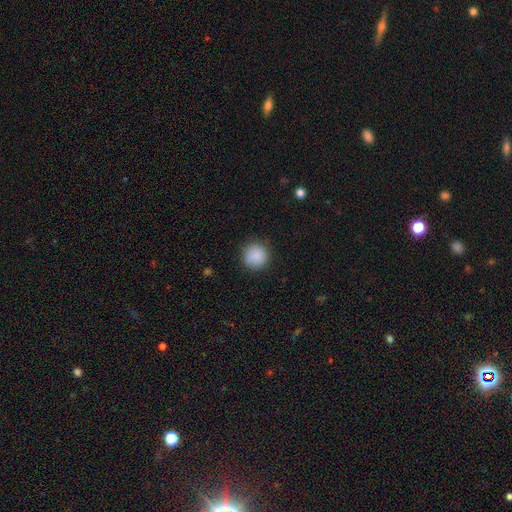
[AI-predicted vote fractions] smooth_or_featured: smooth (p=0.89) [alt: star or artifact p=0.08]
how_rounded: round (p=0.94) [alt: in between p=0.05]
merging: none (p=0.87) [alt: minor disturbance p=0.09]